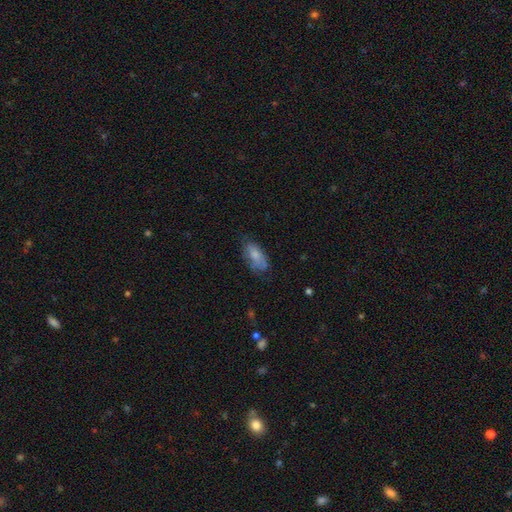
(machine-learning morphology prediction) smooth 76%, featured or disk 17%, star or artifact 8%. Down the decision tree: how rounded — in between (88%); merging — none (58%).